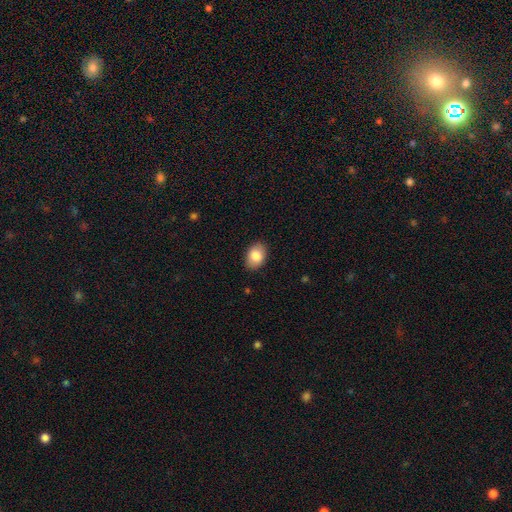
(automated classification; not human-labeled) Smooth or featured?
  - smooth: 85% *
  - featured or disk: 8%
  - star or artifact: 7%
How rounded?
  - in between: 80% *
  - round: 19%
  - cigar-shaped: 1%
Merging?
  - none: 87% *
  - minor disturbance: 10%
  - major disturbance: 2%
  - merger: 1%